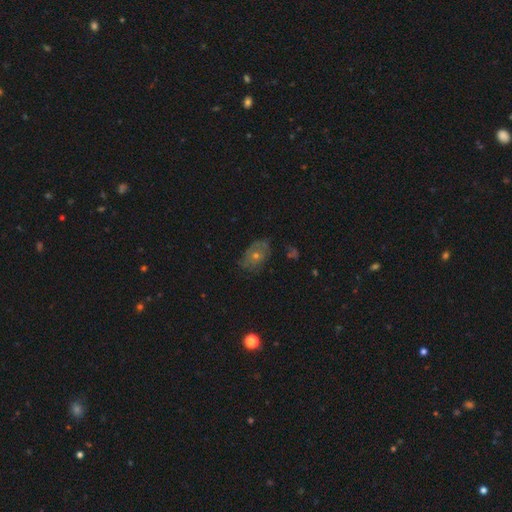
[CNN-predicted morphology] type=featured or disk (51%); edge-on=no (93%); merging=none (72%).